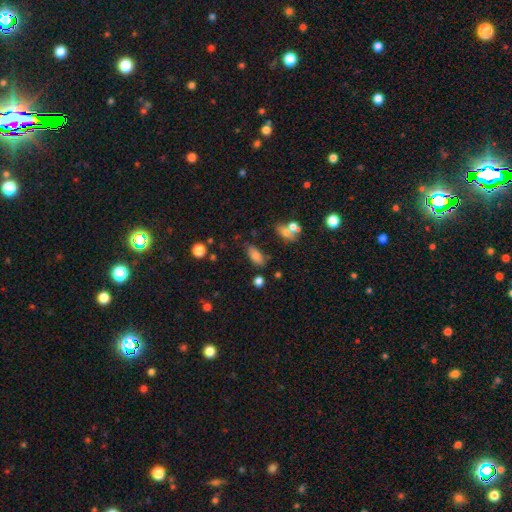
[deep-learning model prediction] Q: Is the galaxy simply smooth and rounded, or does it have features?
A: smooth — 78%.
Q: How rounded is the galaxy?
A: in between — 84%.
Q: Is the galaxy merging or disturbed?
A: none — 67%.